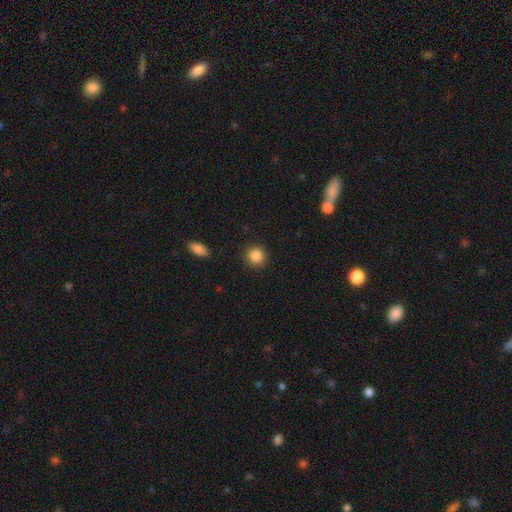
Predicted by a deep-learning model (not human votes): Smooth or featured: smooth — 86% (star or artifact — 9%)
How rounded: round — 91% (in between — 8%)
Merging: none — 90% (minor disturbance — 6%)